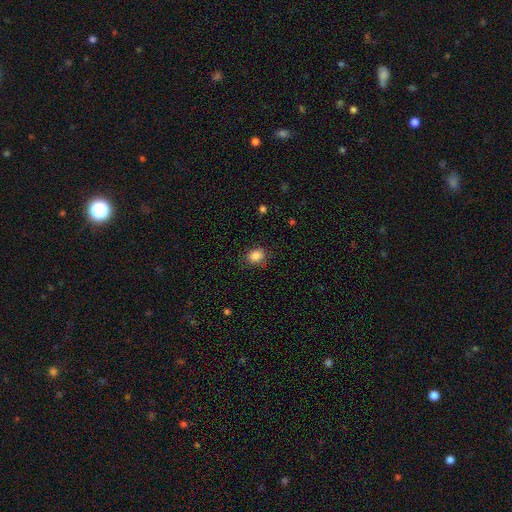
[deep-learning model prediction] smooth-or-featured: smooth: 86% | star or artifact: 10% | featured or disk: 4%
  how-rounded: in between: 55% | round: 44% | cigar-shaped: 1%
  merging: none: 80% | minor disturbance: 15% | major disturbance: 4% | merger: 1%